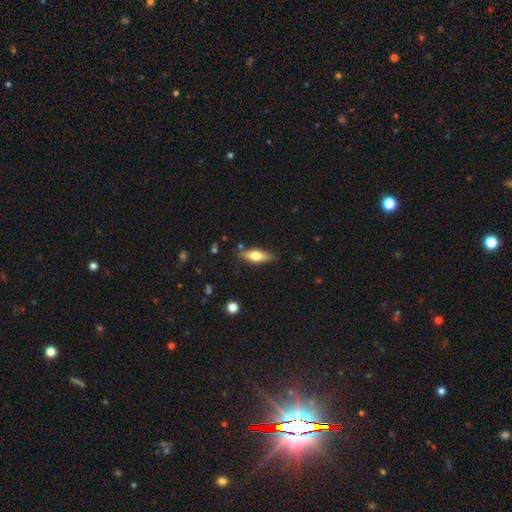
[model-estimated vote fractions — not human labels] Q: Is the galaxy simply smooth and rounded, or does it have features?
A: smooth — 56%.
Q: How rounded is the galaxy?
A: in between — 60%.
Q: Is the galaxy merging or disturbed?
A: none — 83%.